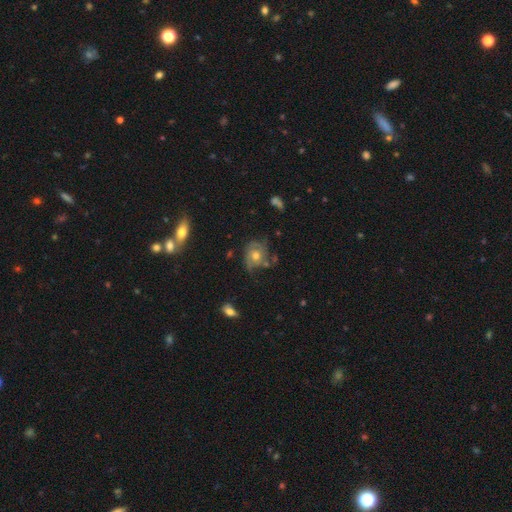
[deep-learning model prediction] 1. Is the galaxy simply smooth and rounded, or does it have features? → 61% featured or disk, 27% smooth, 11% star or artifact.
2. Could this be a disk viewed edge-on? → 96% no, 4% yes.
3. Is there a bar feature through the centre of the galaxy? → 82% no, 15% weak, 3% strong.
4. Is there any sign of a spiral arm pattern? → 80% yes, 20% no.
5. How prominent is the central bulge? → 72% moderate, 15% small, 9% large, 2% none, 1% dominant.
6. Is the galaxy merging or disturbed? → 59% none, 24% minor disturbance, 12% major disturbance, 5% merger.